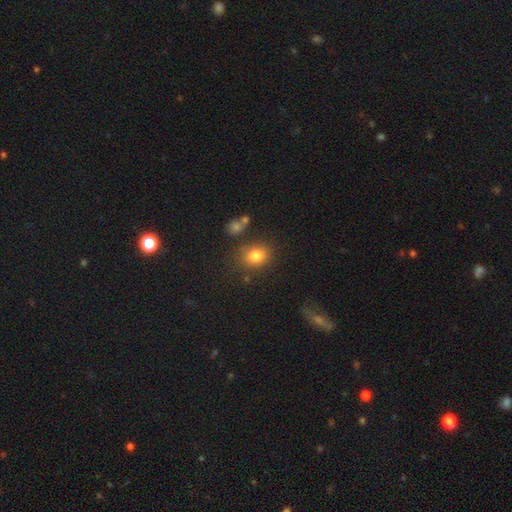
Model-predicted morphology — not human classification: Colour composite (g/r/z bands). It shows a smooth galaxy with no disk features (81%) that is round (50%). Merging: none (74%).